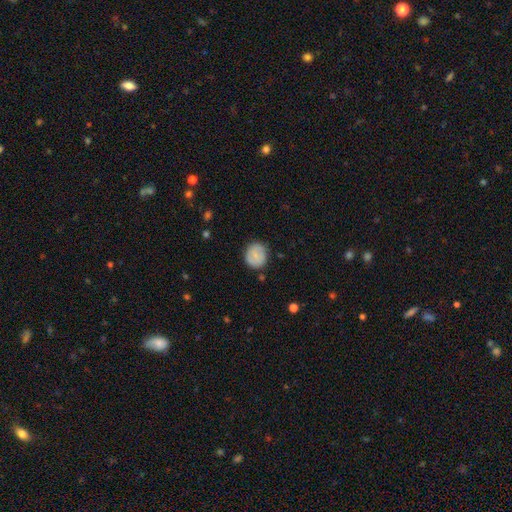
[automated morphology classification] Smooth or featured: smooth — 73% (featured or disk — 19%)
How rounded: round — 79% (in between — 20%)
Merging: none — 80% (minor disturbance — 15%)